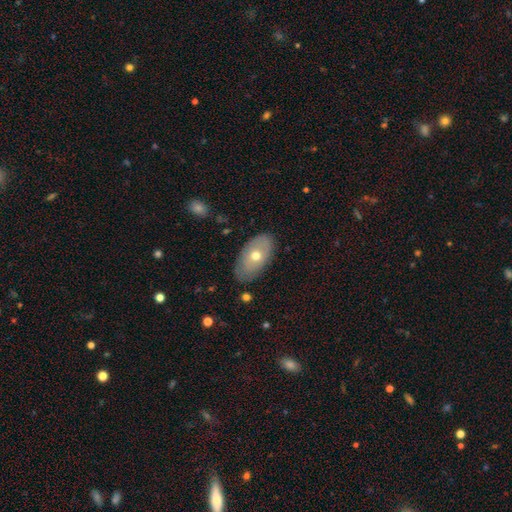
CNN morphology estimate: smooth 54%, featured or disk 39%, star or artifact 6%. Down the decision tree: how rounded — in between (93%); merging — none (81%).